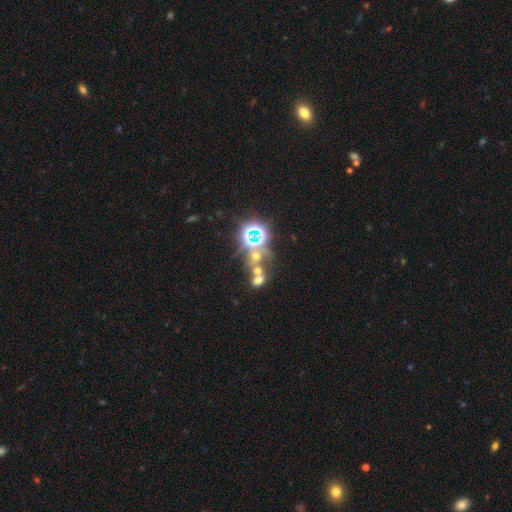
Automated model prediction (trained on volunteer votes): A star or artifact, not a galaxy (56%).